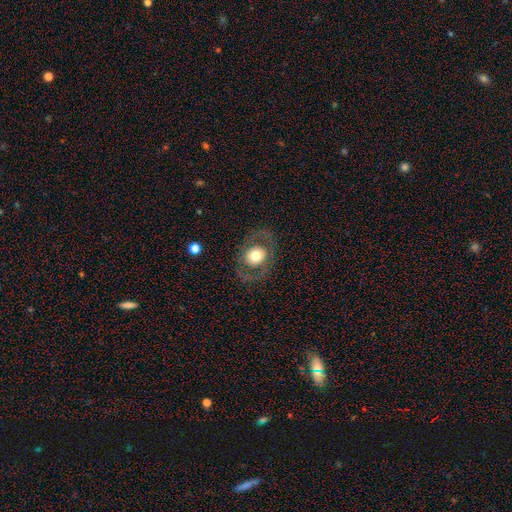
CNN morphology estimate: Smooth or featured? smooth (51%)
How rounded? round (62%)
Merging? none (79%)